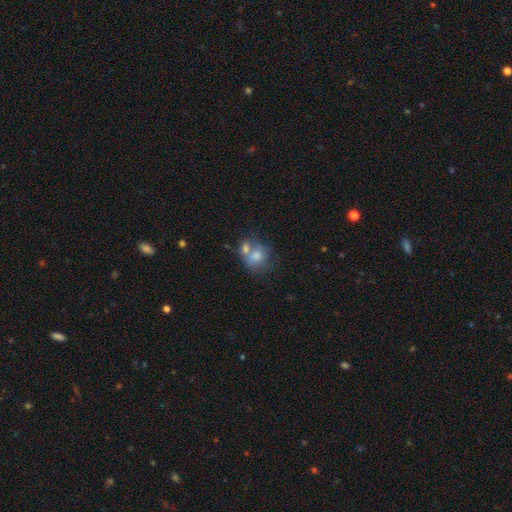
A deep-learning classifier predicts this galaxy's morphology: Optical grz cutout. It shows a smooth galaxy with no disk features (70%) that is round (65%). Merging: merger (51%).